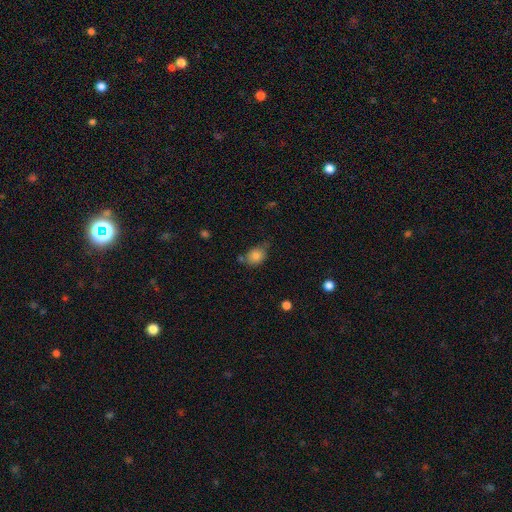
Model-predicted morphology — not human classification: type=smooth (83%); roundness=in between (53%); merging=none (52%).